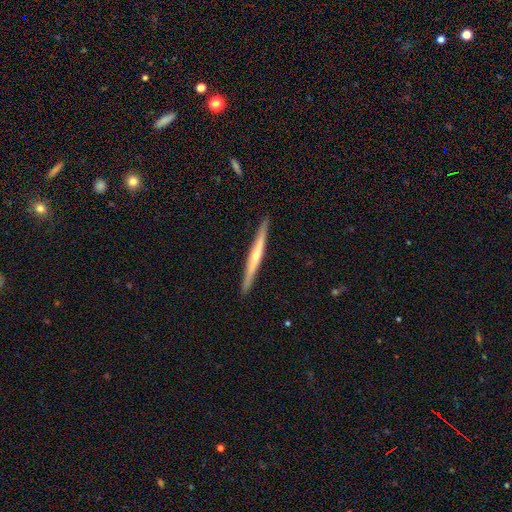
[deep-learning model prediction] The model was most divided on "edge-on bulge": rounded: 61%, none: 34%, boxy: 5%. More confident: edge-on disk — yes (97%); merging — none (92%); smooth or featured — featured or disk (66%).